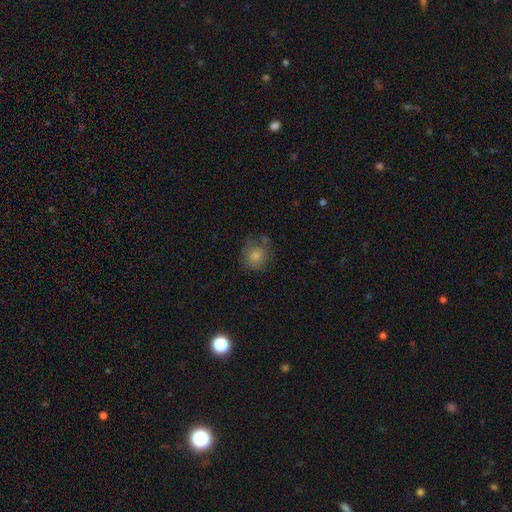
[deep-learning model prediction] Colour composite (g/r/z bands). It shows a smooth galaxy with no disk features (79%) that is round (81%). Merging: none (59%).